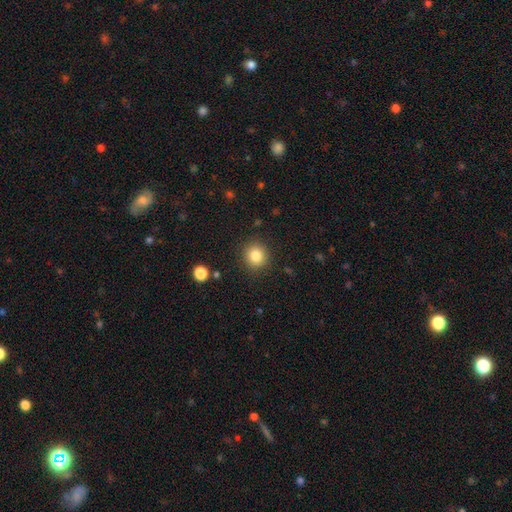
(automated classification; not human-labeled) Smooth or featured?
  - smooth: 83% *
  - star or artifact: 11%
  - featured or disk: 6%
How rounded?
  - round: 91% *
  - in between: 8%
  - cigar-shaped: 1%
Merging?
  - none: 89% *
  - minor disturbance: 7%
  - major disturbance: 3%
  - merger: 1%